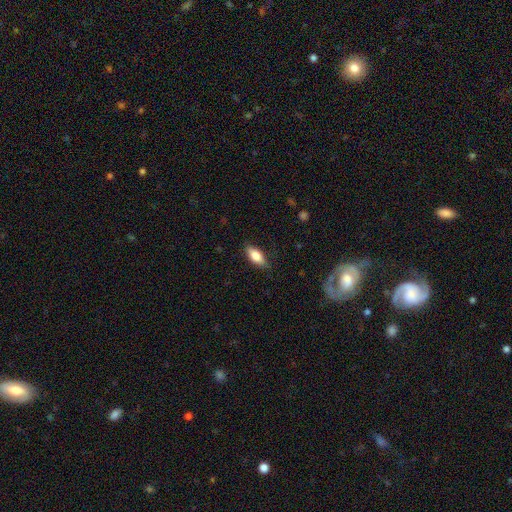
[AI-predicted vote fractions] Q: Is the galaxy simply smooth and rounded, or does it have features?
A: smooth — 76%.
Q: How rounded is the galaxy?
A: in between — 83%.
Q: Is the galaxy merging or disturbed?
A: none — 83%.